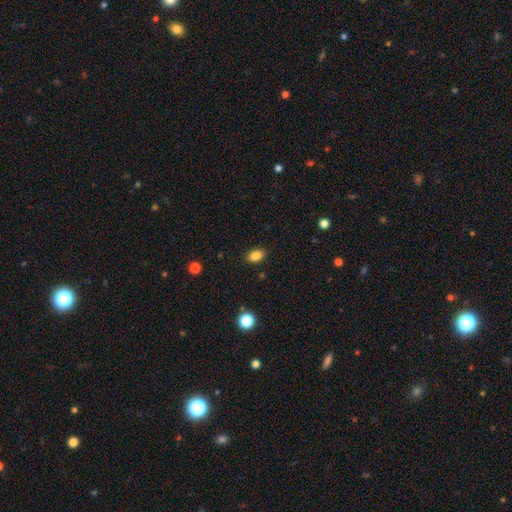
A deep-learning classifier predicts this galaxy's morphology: A smooth galaxy with no disk features (84%) that is in between round and cigar-shaped (82%).

Vote fractions:
- Smooth or featured? smooth: 84% / star or artifact: 10% / featured or disk: 5%
- How rounded? in between: 82% / round: 17% / cigar-shaped: 1%
- Merging? none: 89% / minor disturbance: 8% / major disturbance: 2% / merger: 1%